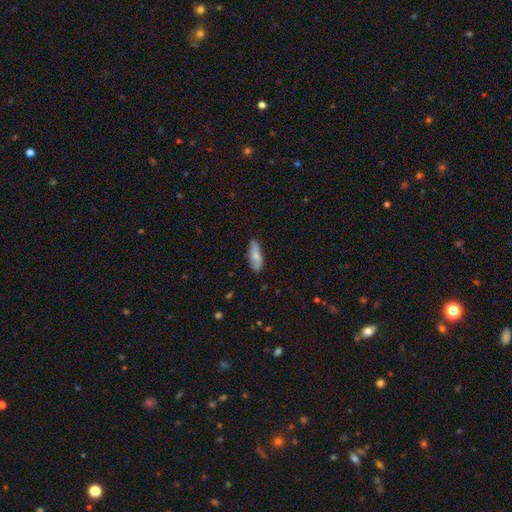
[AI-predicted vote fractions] Overall: smooth (72%). How rounded: in between (55%; cigar-shaped 43%). Merging: none (84%).